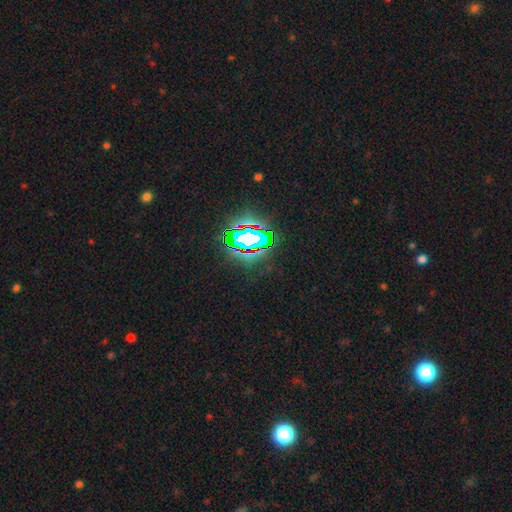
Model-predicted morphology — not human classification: Smooth or featured?
  - star or artifact: 81% *
  - smooth: 11%
  - featured or disk: 8%